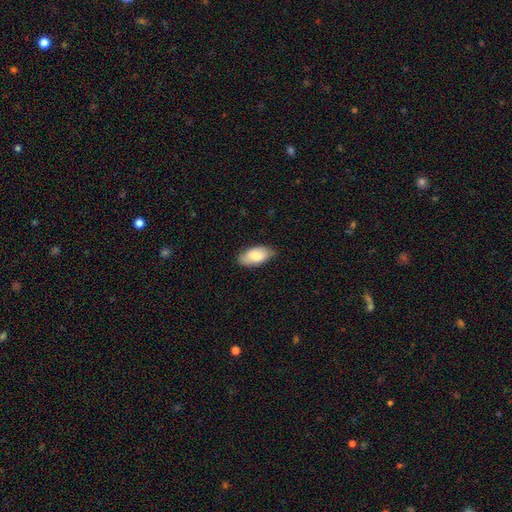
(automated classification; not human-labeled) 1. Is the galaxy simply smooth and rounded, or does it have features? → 79% smooth, 15% featured or disk, 6% star or artifact.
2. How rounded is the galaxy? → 94% in between, 4% cigar-shaped, 3% round.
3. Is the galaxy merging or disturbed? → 76% none, 20% minor disturbance, 3% major disturbance, 1% merger.